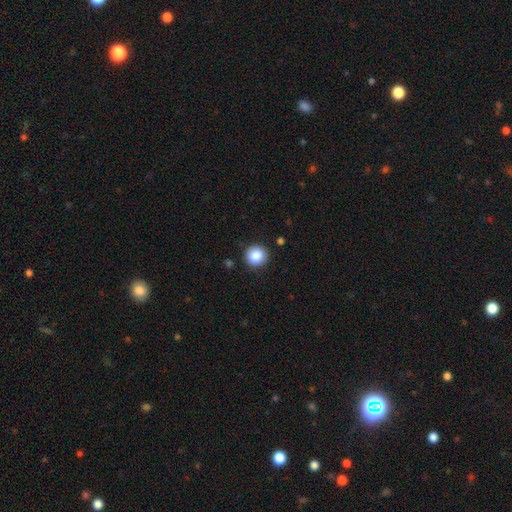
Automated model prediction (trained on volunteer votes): Smooth or featured? Predicted: smooth (p=0.86). How rounded? Predicted: round (p=0.93). Merging? Predicted: none (p=0.89).